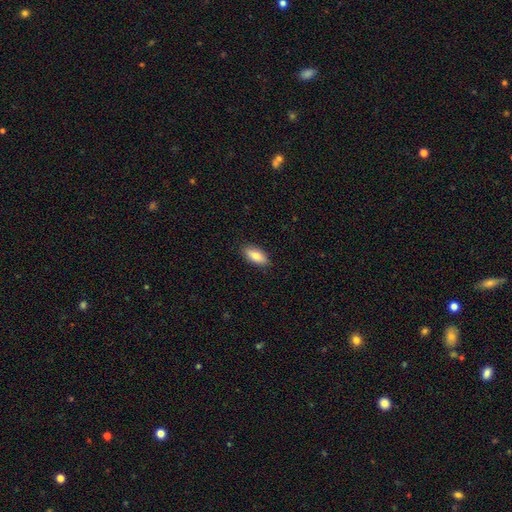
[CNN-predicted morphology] This appears to be a smooth galaxy with no disk features (82%) that is in between round and cigar-shaped (87%). Merging: none (88%).